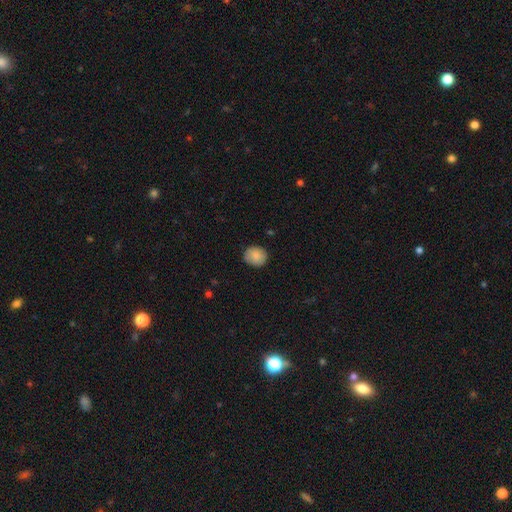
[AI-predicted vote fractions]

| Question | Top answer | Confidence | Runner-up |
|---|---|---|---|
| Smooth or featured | smooth | 86% | star or artifact (7%) |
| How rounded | round | 79% | in between (20%) |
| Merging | none | 84% | minor disturbance (12%) |